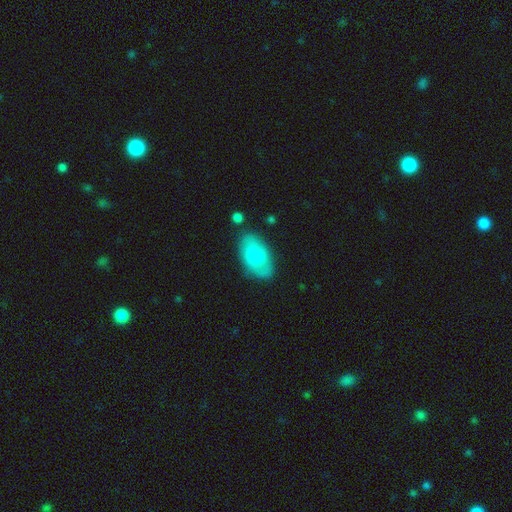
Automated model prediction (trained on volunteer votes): This is likely a smooth galaxy (69%). How rounded: clearly in between (93%). Merging: likely none (76%).